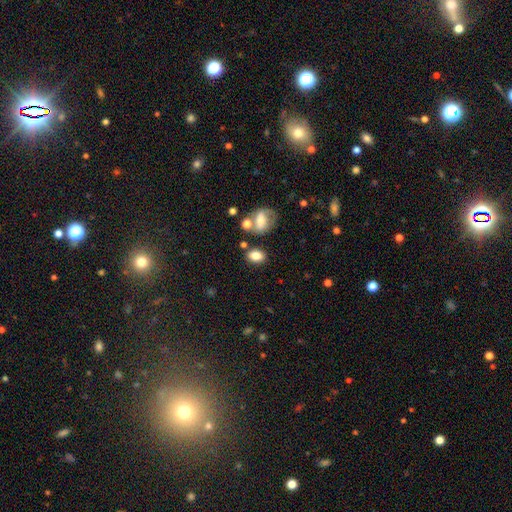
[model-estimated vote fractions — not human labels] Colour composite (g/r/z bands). It shows a smooth galaxy with no disk features (81%) that is in between round and cigar-shaped (74%). Merging: none (72%).